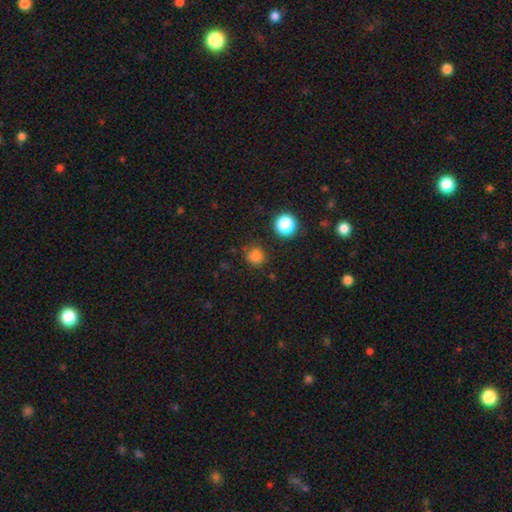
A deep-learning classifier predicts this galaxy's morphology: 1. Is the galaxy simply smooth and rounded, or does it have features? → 80% smooth, 16% star or artifact, 4% featured or disk.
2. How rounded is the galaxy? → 88% round, 11% in between, 1% cigar-shaped.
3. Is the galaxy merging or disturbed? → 80% none, 12% minor disturbance, 4% major disturbance, 3% merger.